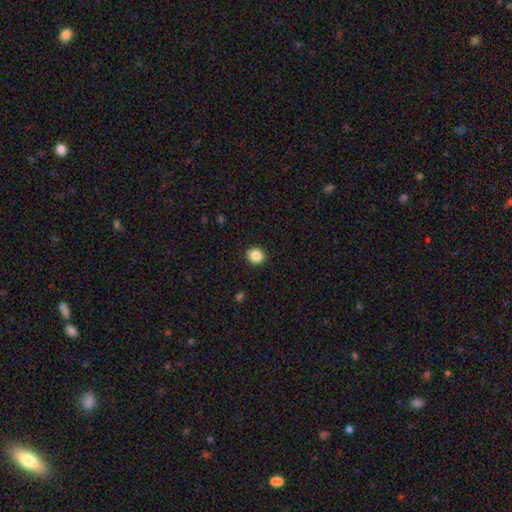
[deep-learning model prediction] This is clearly a smooth galaxy (87%). How rounded: clearly round (82%). Merging: clearly none (91%).